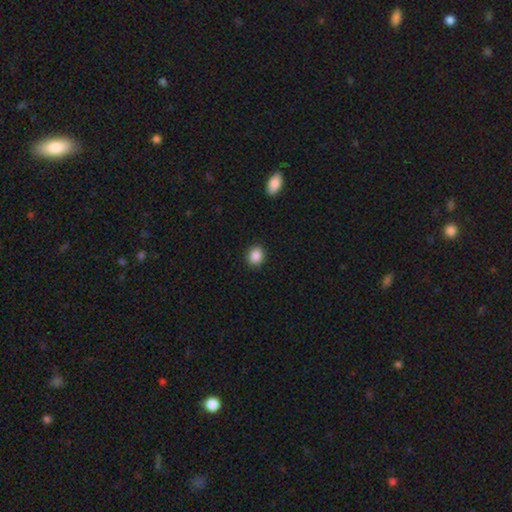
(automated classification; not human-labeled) The model was most divided on "how rounded": round: 64%, in between: 35%, cigar-shaped: 1%. More confident: merging — none (90%); smooth or featured — smooth (88%).